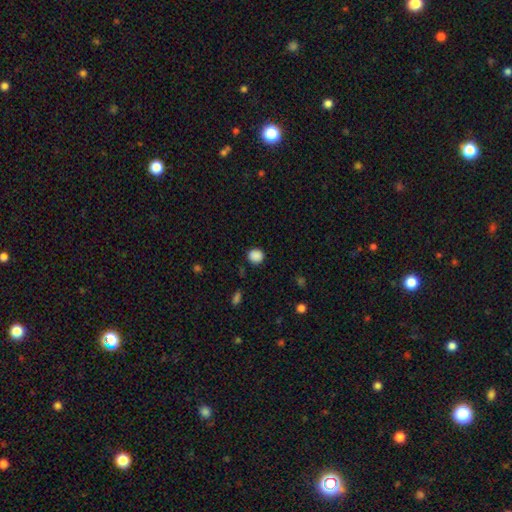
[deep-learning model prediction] smooth_or_featured: smooth (p=0.87) [alt: star or artifact p=0.10]
how_rounded: round (p=0.82) [alt: in between p=0.17]
merging: none (p=0.87) [alt: minor disturbance p=0.09]